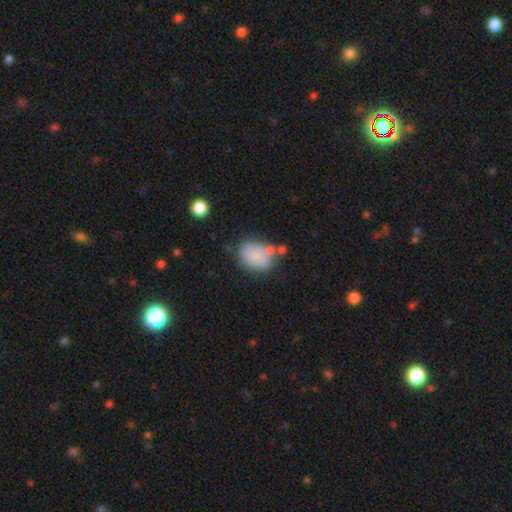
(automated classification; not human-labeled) This appears to be a smooth galaxy with no disk features (80%) that is in between round and cigar-shaped (67%). Merging: none (57%).